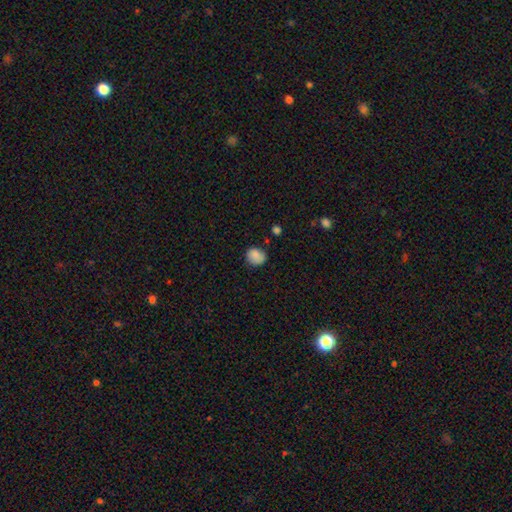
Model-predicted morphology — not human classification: Smooth or featured? Predicted: smooth (p=0.86). How rounded? Predicted: round (p=0.68). Merging? Predicted: none (p=0.71).